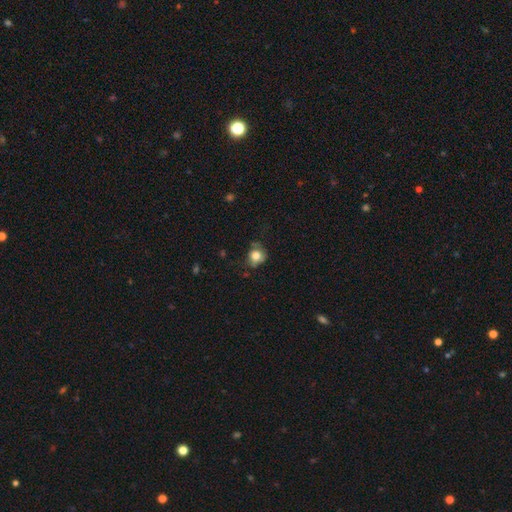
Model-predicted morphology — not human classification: This appears to be a smooth galaxy with no disk features (74%) that is round (76%). Merging: none (59%).